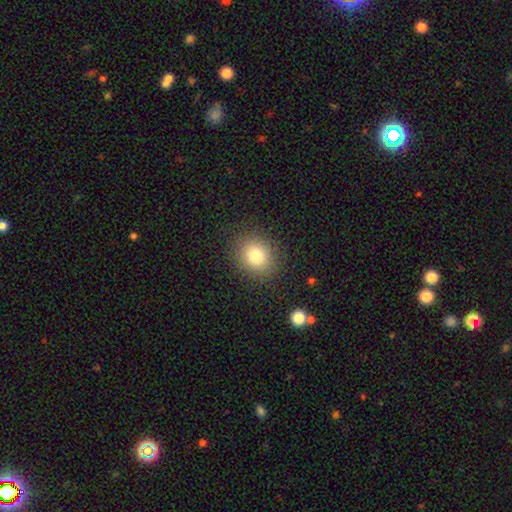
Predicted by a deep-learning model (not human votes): Overall: smooth (80%). How rounded: round (74%). Merging: none (88%).